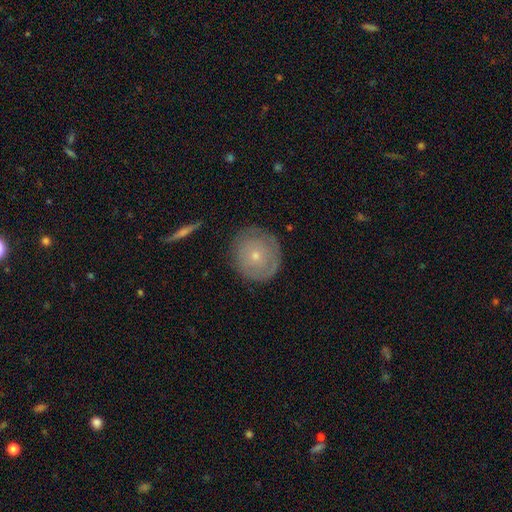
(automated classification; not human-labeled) The model was most divided on "smooth or featured": smooth: 50%, featured or disk: 42%, star or artifact: 8%. More confident: how rounded — round (88%); merging — none (80%).